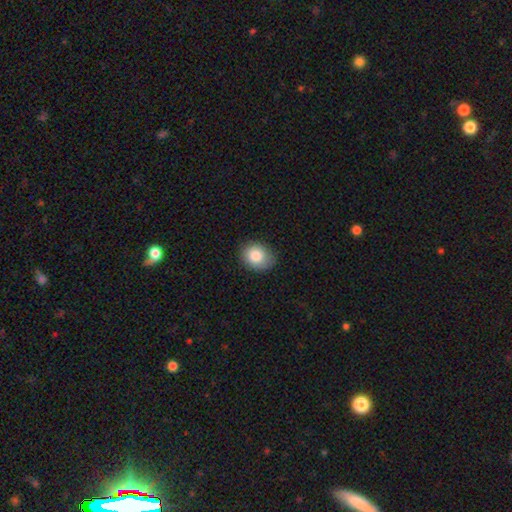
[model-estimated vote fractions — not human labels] This is clearly a smooth galaxy (84%). How rounded: likely round (61%). Merging: clearly none (82%).